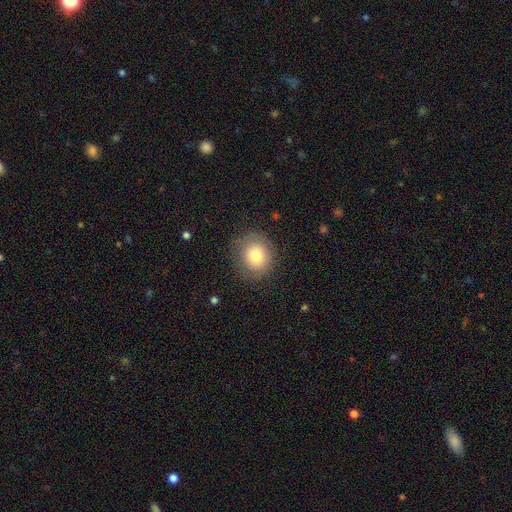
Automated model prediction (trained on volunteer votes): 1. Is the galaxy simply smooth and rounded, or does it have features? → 77% smooth, 13% featured or disk, 10% star or artifact.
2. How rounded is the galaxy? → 77% round, 22% in between, 1% cigar-shaped.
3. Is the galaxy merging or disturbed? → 81% none, 13% minor disturbance, 5% major disturbance, 1% merger.